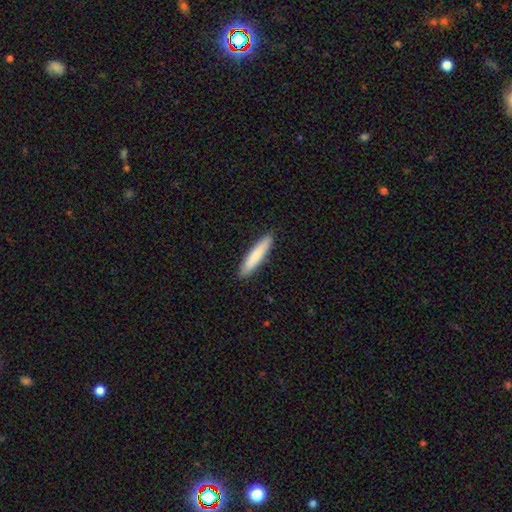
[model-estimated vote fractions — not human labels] Smooth or featured? smooth (81%)
How rounded? cigar-shaped (91%)
Merging? none (91%)